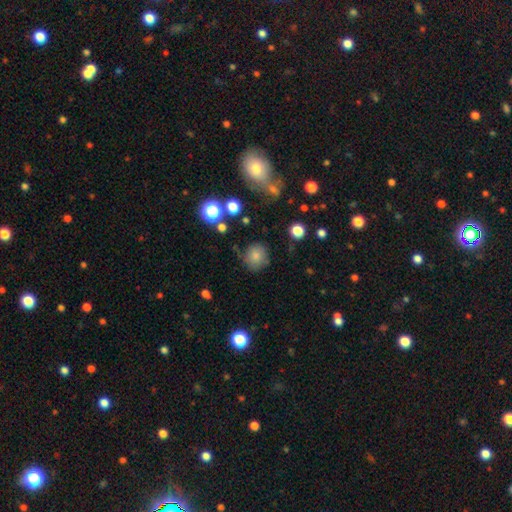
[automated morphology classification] The model was most divided on "merging": none: 78%, minor disturbance: 15%, major disturbance: 5%, merger: 3%. More confident: how rounded — round (86%); smooth or featured — smooth (79%).